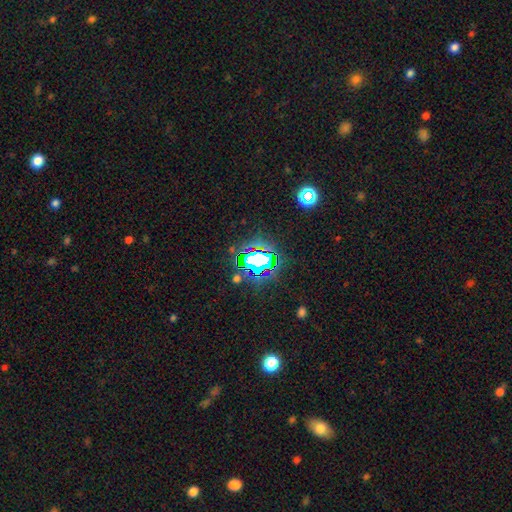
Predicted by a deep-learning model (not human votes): A star or artifact, not a galaxy (76%).

Vote fractions:
- Smooth or featured? star or artifact: 76% / smooth: 14% / featured or disk: 10%